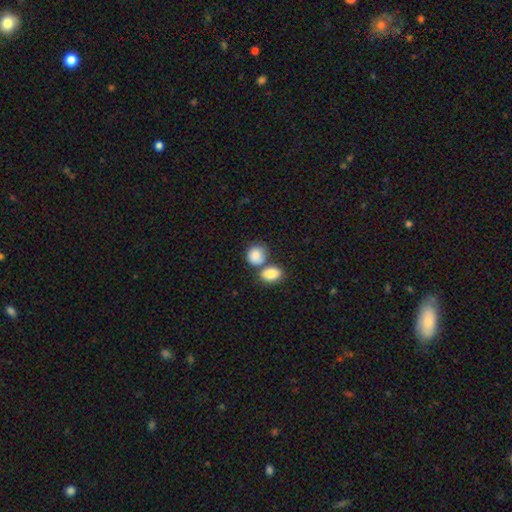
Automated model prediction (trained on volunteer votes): smooth 85%, featured or disk 8%, star or artifact 7%. Down the decision tree: how rounded — round (62%); merging — merger (43%).